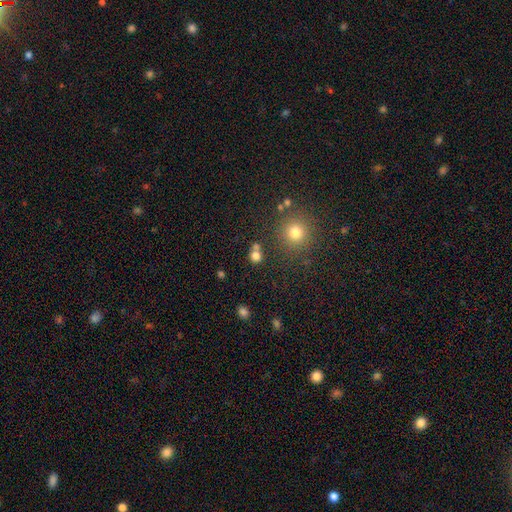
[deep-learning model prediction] The model was most divided on "merging": none: 63%, merger: 24%, minor disturbance: 9%, major disturbance: 4%. More confident: how rounded — round (84%); smooth or featured — smooth (76%).